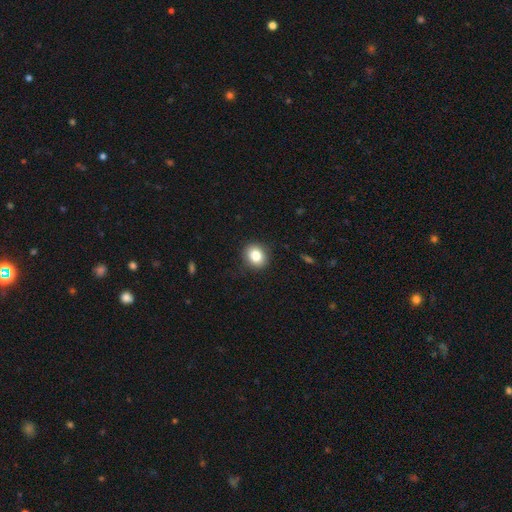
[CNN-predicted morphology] smooth 83%, star or artifact 10%, featured or disk 7%. Down the decision tree: how rounded — round (65%); merging — none (88%).